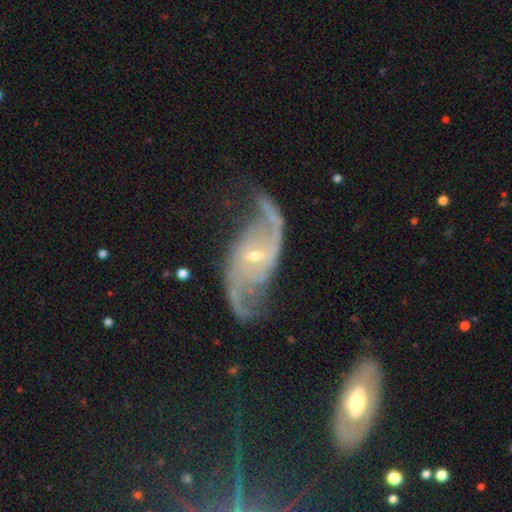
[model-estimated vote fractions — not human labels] Smooth or featured?
  - featured or disk: 90% *
  - star or artifact: 5%
  - smooth: 5%
Edge-on disk?
  - no: 96% *
  - yes: 4%
Bar?
  - weak: 46% *
  - no: 32%
  - strong: 22%
Spiral arms?
  - yes: 96% *
  - no: 4%
Spiral winding?
  - loose: 65% *
  - medium: 27%
  - tight: 8%
Spiral arm count?
  - 2: 92% *
  - can't tell: 2%
  - 1: 2%
  - 3: 1%
  - 4: 1%
  - more than 4: 1%
Bulge size?
  - small: 69% *
  - moderate: 28%
  - none: 1%
  - large: 1%
  - dominant: 1%
Merging?
  - none: 66% *
  - minor disturbance: 17%
  - major disturbance: 13%
  - merger: 3%